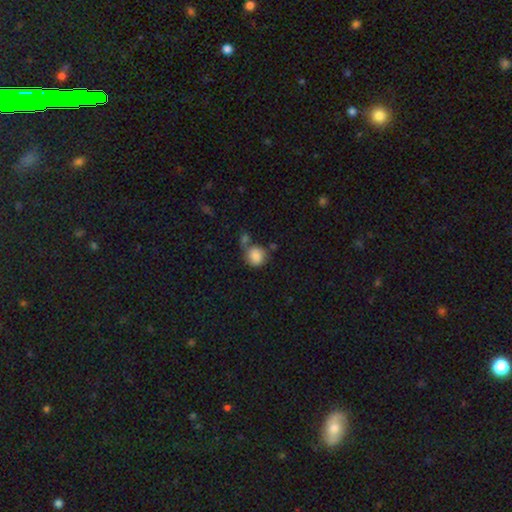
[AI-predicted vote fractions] This appears to be a smooth galaxy with no disk features (83%) that is round (79%). Merging: none (42%).